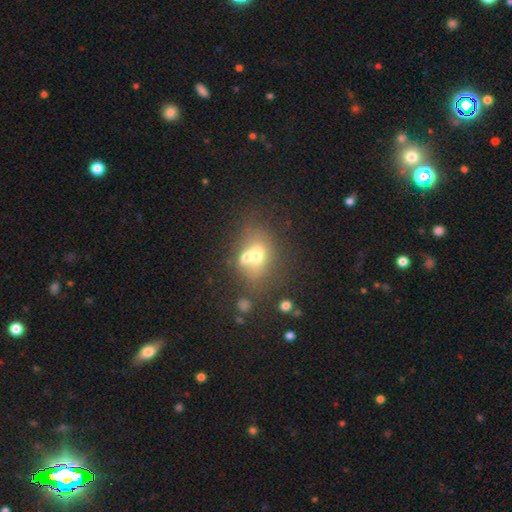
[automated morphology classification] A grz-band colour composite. It shows a smooth galaxy with no disk features (63%) that is in between round and cigar-shaped (50%). Merging: merger (48%).